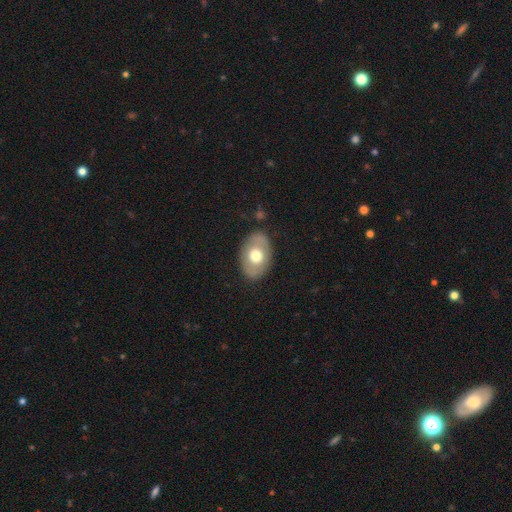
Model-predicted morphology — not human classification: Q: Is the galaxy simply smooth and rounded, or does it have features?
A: smooth — 56%.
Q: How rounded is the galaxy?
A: in between — 80%.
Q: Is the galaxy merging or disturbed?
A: none — 82%.